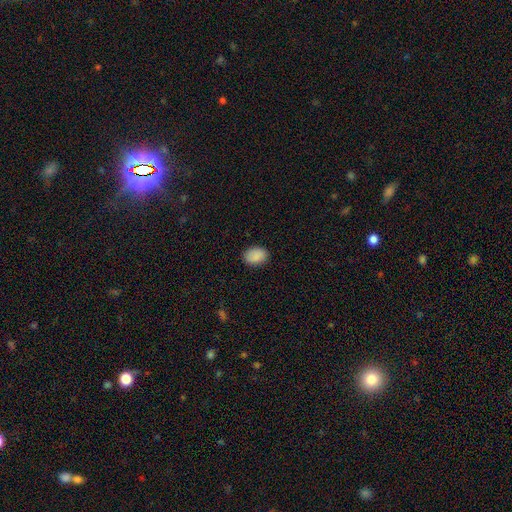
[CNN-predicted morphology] type=smooth (89%); roundness=in between (79%); merging=none (88%).